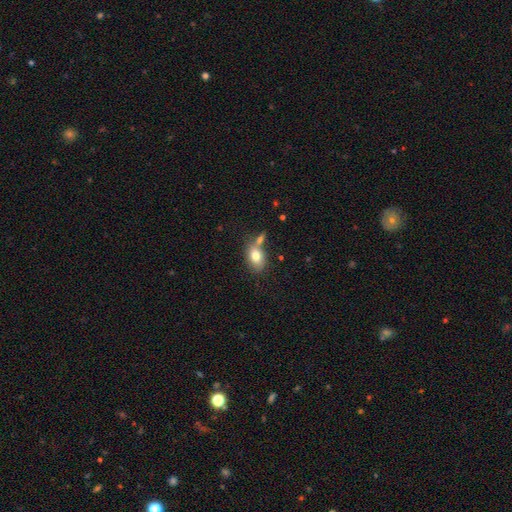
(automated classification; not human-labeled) This is likely a smooth galaxy (77%). How rounded: clearly in between (84%). Merging: possibly none (54%).